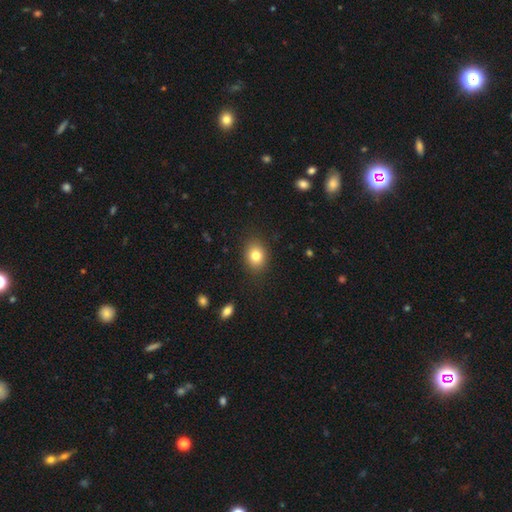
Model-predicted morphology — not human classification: Q: Smooth or featured?
A: smooth (81%); runner-up: star or artifact (10%)
Q: How rounded?
A: in between (51%); runner-up: round (48%)
Q: Merging?
A: none (87%); runner-up: minor disturbance (9%)